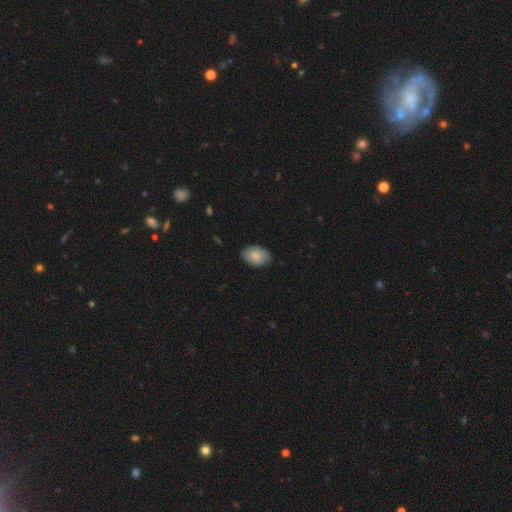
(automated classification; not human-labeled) smooth_or_featured: smooth (p=0.85) [alt: featured or disk p=0.09]
how_rounded: in between (p=0.85) [alt: round p=0.14]
merging: none (p=0.84) [alt: minor disturbance p=0.13]